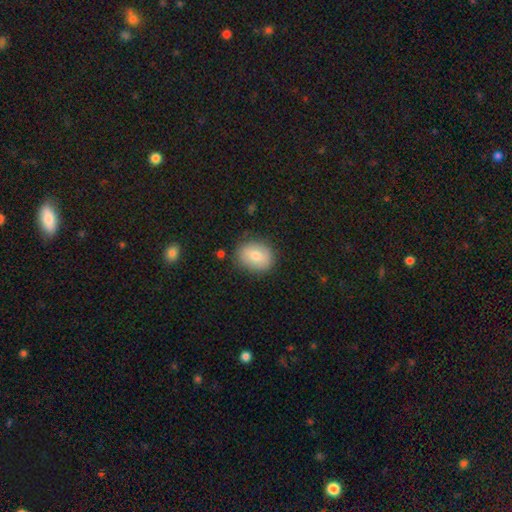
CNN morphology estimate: type=smooth (73%); roundness=round (51%); merging=none (80%).